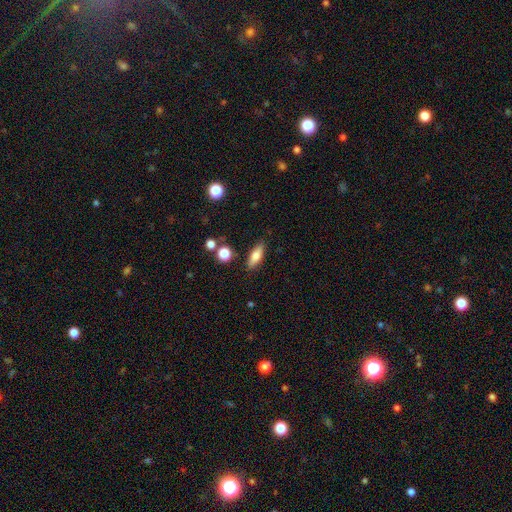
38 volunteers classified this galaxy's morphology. Smooth or featured? smooth (66%)
How rounded? in between (60%)
Merging? none (95%)